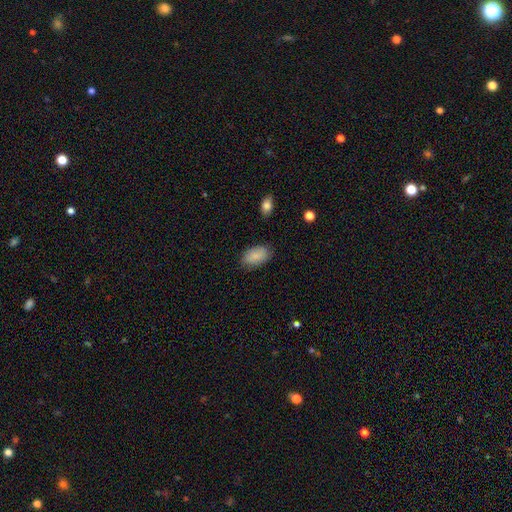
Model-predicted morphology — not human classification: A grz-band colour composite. It shows a smooth galaxy with no disk features (86%) that is in between round and cigar-shaped (94%). Merging: none (82%).